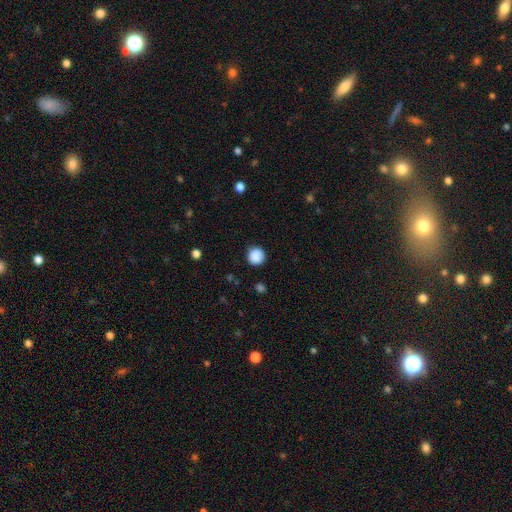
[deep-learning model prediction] Q: Smooth or featured?
A: smooth (88%); runner-up: star or artifact (8%)
Q: How rounded?
A: round (92%); runner-up: in between (7%)
Q: Merging?
A: none (85%); runner-up: minor disturbance (11%)